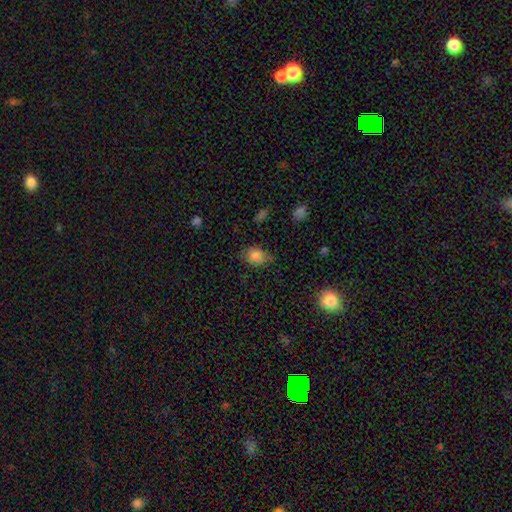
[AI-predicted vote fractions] smooth-or-featured: smooth: 82% | star or artifact: 10% | featured or disk: 8%
  how-rounded: in between: 59% | round: 40% | cigar-shaped: 1%
  merging: none: 62% | minor disturbance: 30% | major disturbance: 7% | merger: 2%